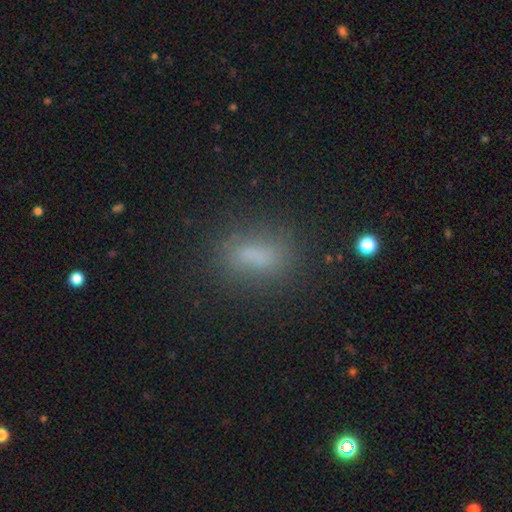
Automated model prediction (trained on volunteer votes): smooth 75%, star or artifact 14%, featured or disk 11%. Down the decision tree: how rounded — in between (69%); merging — none (78%).